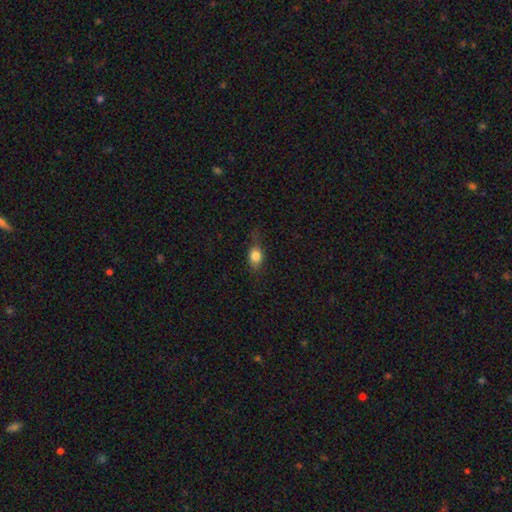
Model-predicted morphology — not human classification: Smooth or featured?
  - smooth: 79% *
  - featured or disk: 11%
  - star or artifact: 10%
How rounded?
  - in between: 60% *
  - round: 35%
  - cigar-shaped: 5%
Merging?
  - none: 60% *
  - minor disturbance: 27%
  - major disturbance: 11%
  - merger: 2%